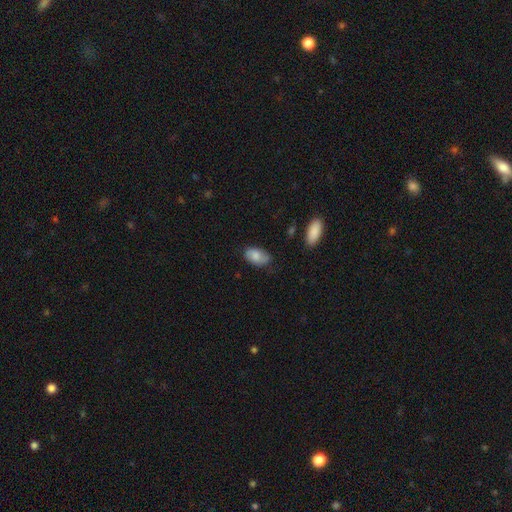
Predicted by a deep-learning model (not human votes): Smooth or featured? smooth (78%)
How rounded? in between (92%)
Merging? none (68%)